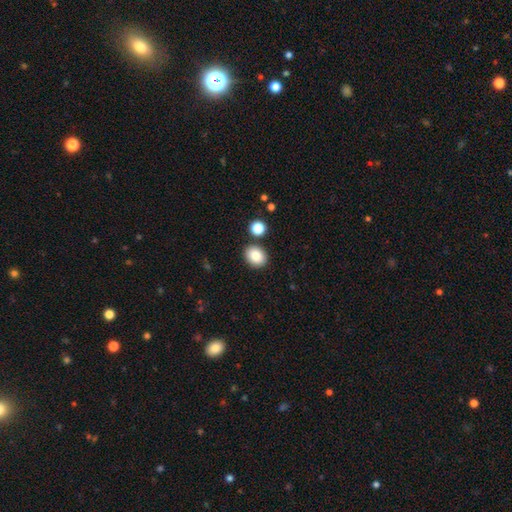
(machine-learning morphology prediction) smooth_or_featured: smooth (p=0.86) [alt: star or artifact p=0.09]
how_rounded: in between (p=0.51) [alt: round p=0.48]
merging: none (p=0.84) [alt: minor disturbance p=0.08]